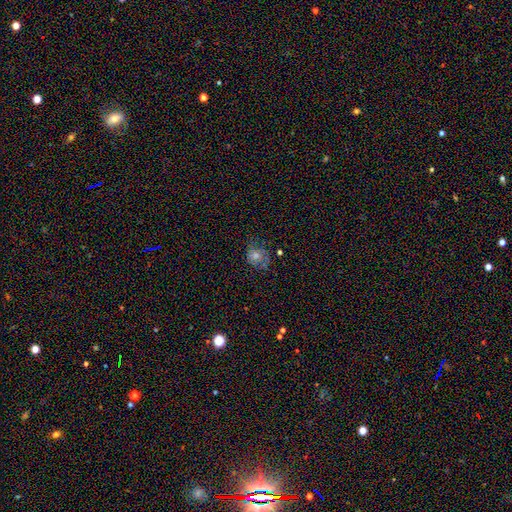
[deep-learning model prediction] Morphology: type=smooth (45%); merging=none (65%).